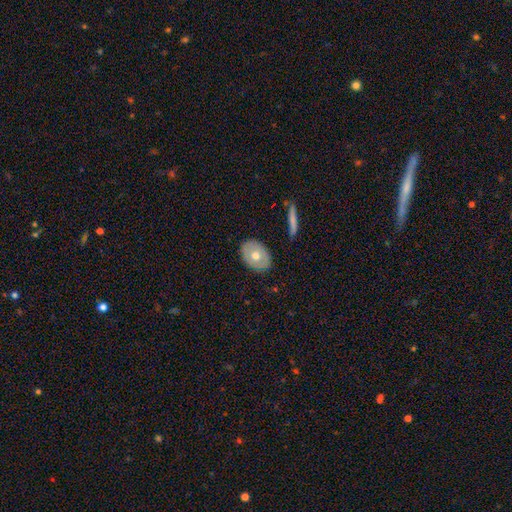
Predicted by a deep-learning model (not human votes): smooth-or-featured: smooth: 56% | featured or disk: 38% | star or artifact: 6%
  how-rounded: in between: 80% | round: 18% | cigar-shaped: 1%
  merging: none: 85% | minor disturbance: 11% | major disturbance: 3% | merger: 1%